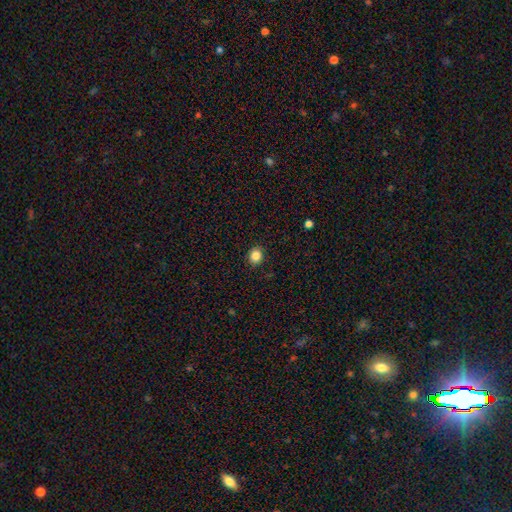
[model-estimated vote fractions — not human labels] smooth_or_featured: smooth (p=0.84) [alt: star or artifact p=0.11]
how_rounded: round (p=0.76) [alt: in between p=0.23]
merging: none (p=0.91) [alt: minor disturbance p=0.06]